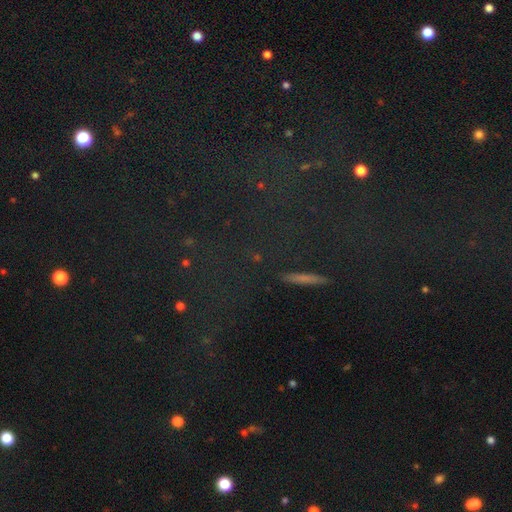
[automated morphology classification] smooth_or_featured: star or artifact (p=0.67) [alt: smooth p=0.20]